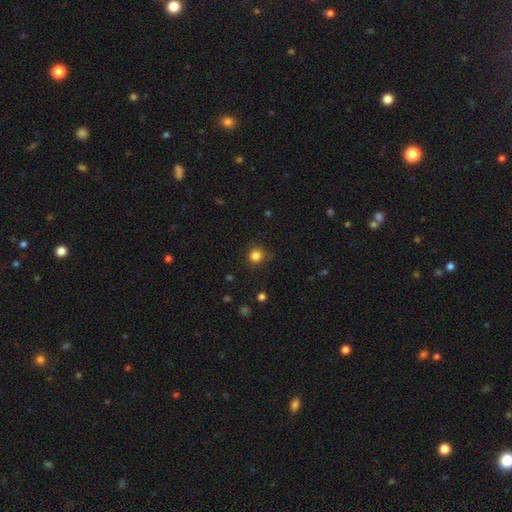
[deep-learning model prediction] Overall: smooth (84%). How rounded: round (90%). Merging: none (80%).